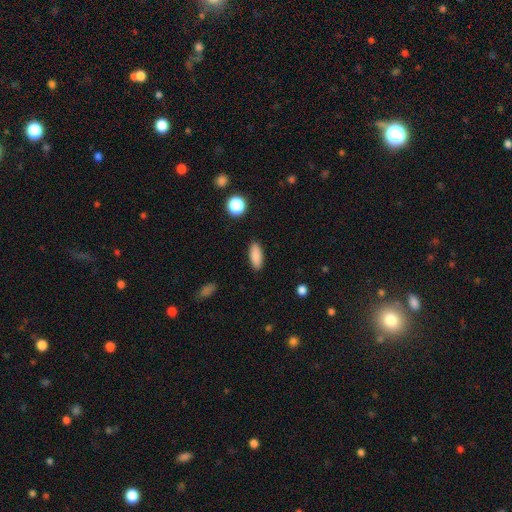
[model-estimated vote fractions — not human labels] The model was most divided on "how rounded": in between: 77%, cigar-shaped: 21%, round: 3%. More confident: merging — none (89%); smooth or featured — smooth (87%).